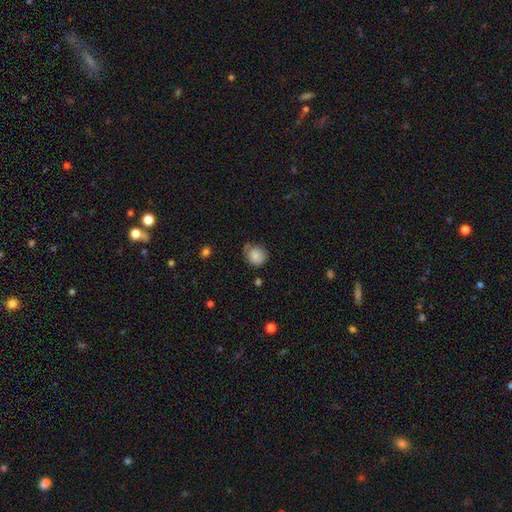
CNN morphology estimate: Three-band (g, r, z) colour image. It shows a smooth galaxy with no disk features (81%) that is round (80%). Merging: none (61%).